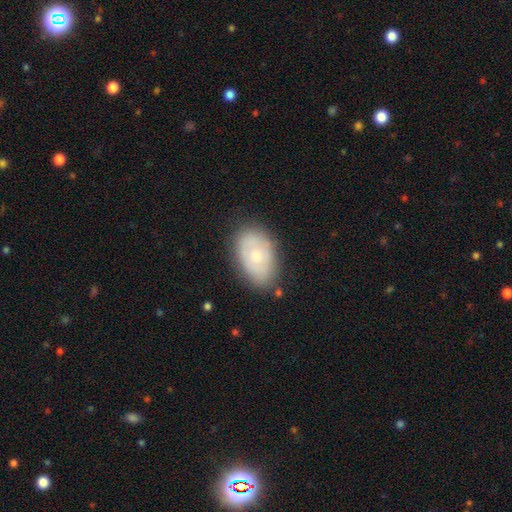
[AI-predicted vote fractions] Smooth or featured: smooth — 60% (featured or disk — 33%)
How rounded: in between — 89% (round — 10%)
Merging: none — 75% (minor disturbance — 18%)